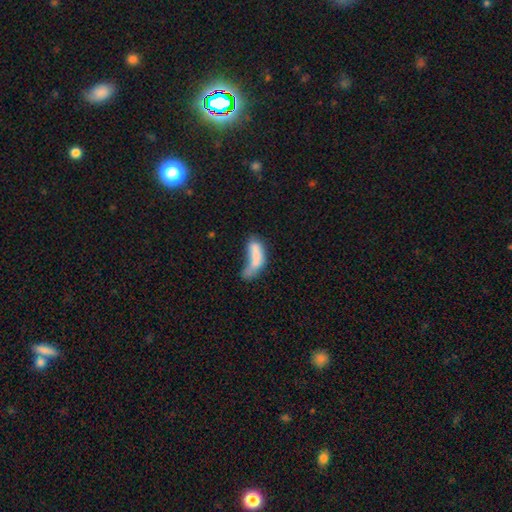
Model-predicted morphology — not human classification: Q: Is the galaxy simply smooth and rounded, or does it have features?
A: smooth — 67%.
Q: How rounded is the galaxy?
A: in between — 72%.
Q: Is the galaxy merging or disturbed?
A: merger — 39%.